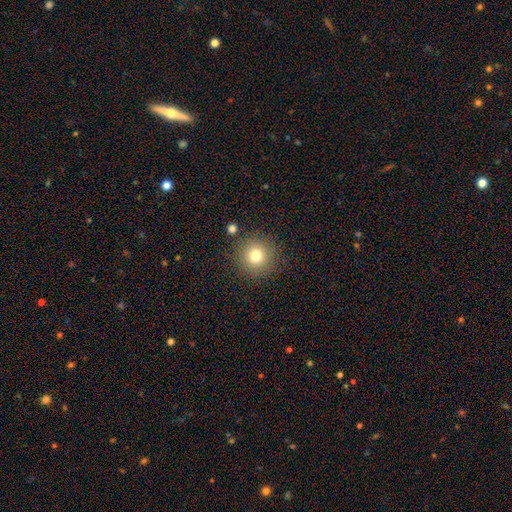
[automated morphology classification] smooth-or-featured: smooth: 78% | star or artifact: 13% | featured or disk: 9%
  how-rounded: round: 95% | in between: 4% | cigar-shaped: 1%
  merging: none: 87% | minor disturbance: 7% | merger: 3% | major disturbance: 3%